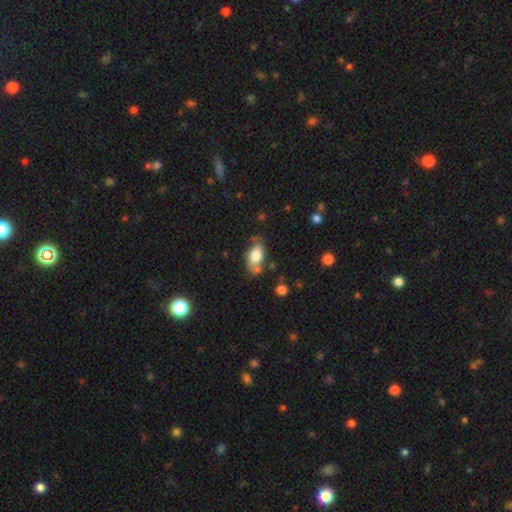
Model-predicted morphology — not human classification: smooth-or-featured: smooth: 73% | featured or disk: 20% | star or artifact: 7%
  how-rounded: in between: 88% | cigar-shaped: 7% | round: 5%
  merging: none: 62% | minor disturbance: 22% | merger: 9% | major disturbance: 6%